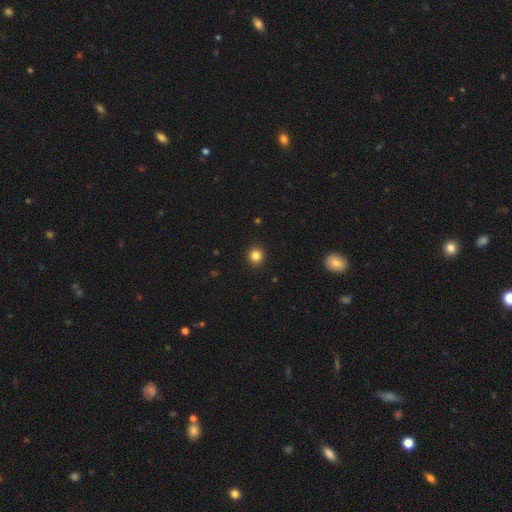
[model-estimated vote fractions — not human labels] smooth 84%, star or artifact 12%, featured or disk 4%. Down the decision tree: how rounded — round (89%); merging — none (92%).